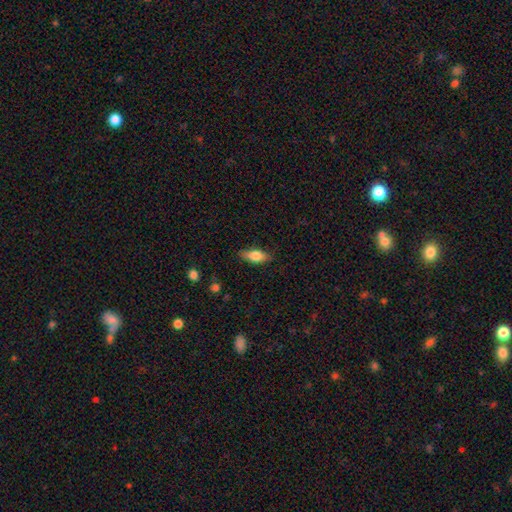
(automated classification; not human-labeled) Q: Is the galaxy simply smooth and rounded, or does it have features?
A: smooth — 72%.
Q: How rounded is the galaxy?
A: in between — 75%.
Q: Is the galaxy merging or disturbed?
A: none — 83%.